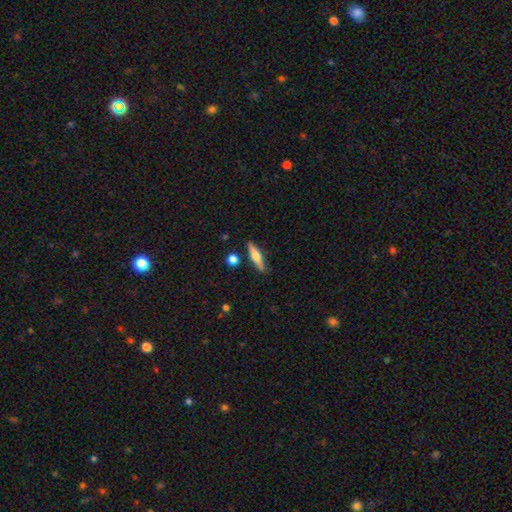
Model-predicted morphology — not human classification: This appears to be a featured or disk galaxy (50%). Merging: none (86%).